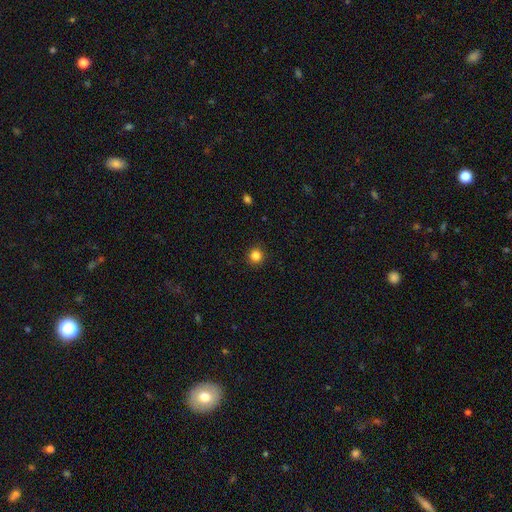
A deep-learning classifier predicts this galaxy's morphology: smooth 84%, star or artifact 12%, featured or disk 4%. Down the decision tree: how rounded — round (95%); merging — none (92%).